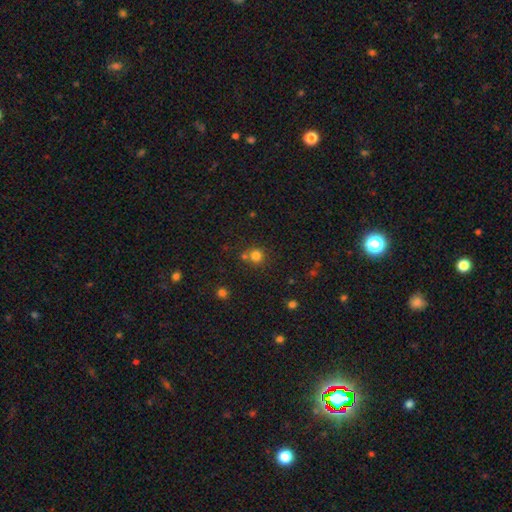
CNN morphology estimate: Overall: smooth (79%). How rounded: round (90%). Merging: none (64%).